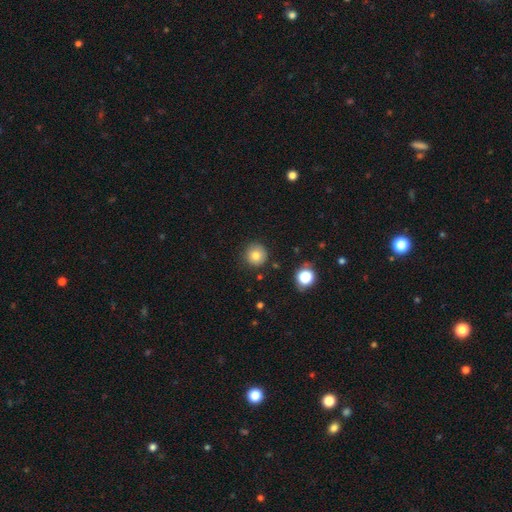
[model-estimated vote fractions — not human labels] A smooth galaxy with no disk features (79%) that is round (94%).

Vote fractions:
- Smooth or featured? smooth: 79% / star or artifact: 12% / featured or disk: 9%
- How rounded? round: 94% / in between: 5% / cigar-shaped: 1%
- Merging? none: 85% / minor disturbance: 10% / major disturbance: 3% / merger: 2%